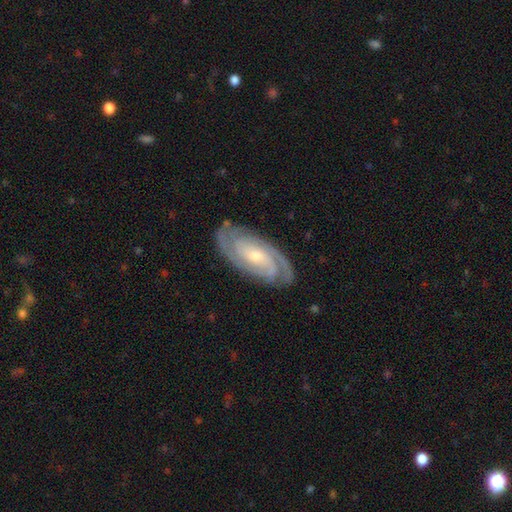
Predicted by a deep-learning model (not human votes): Smooth or featured?
  - featured or disk: 89% *
  - smooth: 6%
  - star or artifact: 4%
Edge-on disk?
  - no: 95% *
  - yes: 5%
Bar?
  - no: 59% *
  - weak: 31%
  - strong: 11%
Spiral arms?
  - yes: 98% *
  - no: 2%
Spiral winding?
  - tight: 72% *
  - medium: 24%
  - loose: 4%
Spiral arm count?
  - 2: 47% *
  - 3: 22%
  - can't tell: 14%
  - 4: 9%
  - 1: 4%
  - more than 4: 4%
Bulge size?
  - small: 61% *
  - moderate: 34%
  - large: 2%
  - none: 2%
  - dominant: 1%
Merging?
  - none: 83% *
  - minor disturbance: 13%
  - major disturbance: 3%
  - merger: 1%